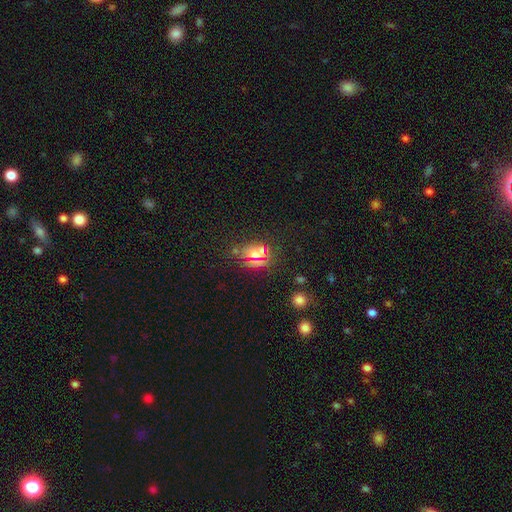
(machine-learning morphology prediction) Smooth or featured? smooth (48%)
Merging? none (74%)